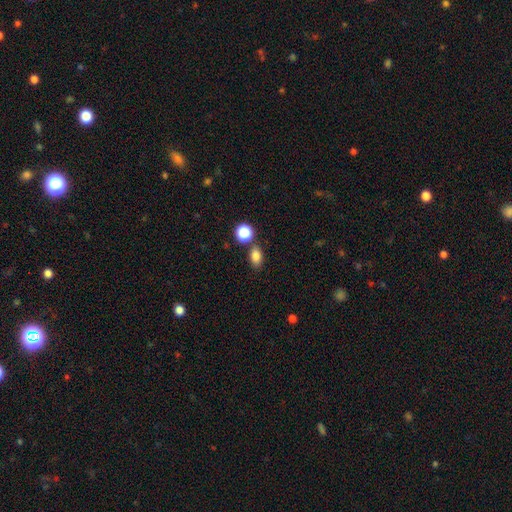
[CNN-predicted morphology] A smooth galaxy with no disk features (82%) that is in between round and cigar-shaped (79%).

Vote fractions:
- Smooth or featured? smooth: 82% / star or artifact: 12% / featured or disk: 6%
- How rounded? in between: 79% / round: 19% / cigar-shaped: 2%
- Merging? none: 73% / merger: 12% / minor disturbance: 11% / major disturbance: 3%